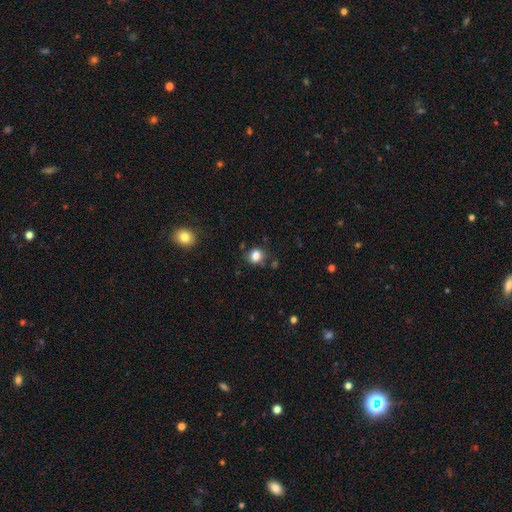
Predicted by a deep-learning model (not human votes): Smooth or featured? Predicted: smooth (p=0.84). How rounded? Predicted: round (p=0.77). Merging? Predicted: none (p=0.78).